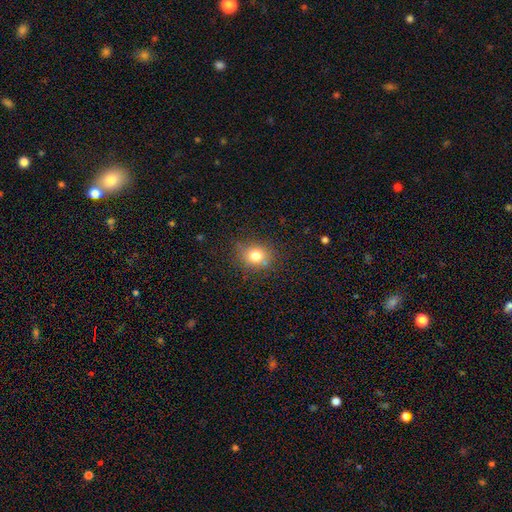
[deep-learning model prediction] smooth-or-featured: smooth: 77% | star or artifact: 14% | featured or disk: 9%
  how-rounded: round: 74% | in between: 25% | cigar-shaped: 1%
  merging: none: 81% | minor disturbance: 13% | major disturbance: 4% | merger: 2%